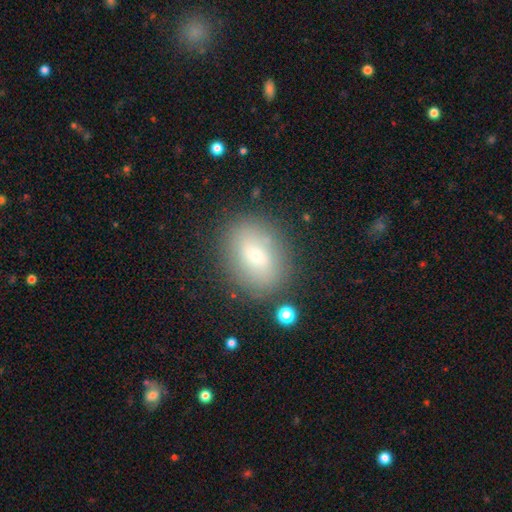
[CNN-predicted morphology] Overall: smooth (65%). How rounded: in between (71%). Merging: none (78%).